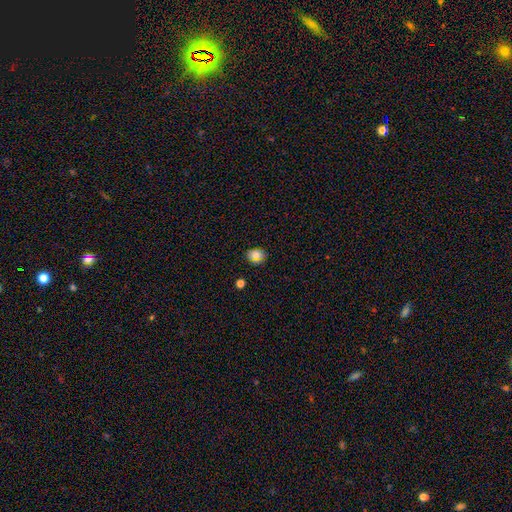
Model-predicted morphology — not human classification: Q: Smooth or featured?
A: smooth (77%); runner-up: star or artifact (17%)
Q: How rounded?
A: round (57%); runner-up: in between (42%)
Q: Merging?
A: none (83%); runner-up: minor disturbance (12%)